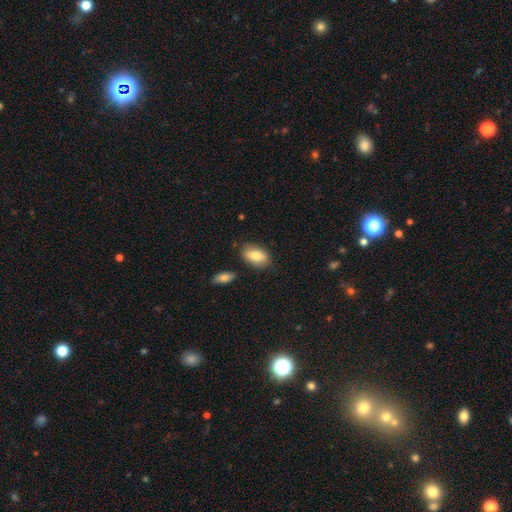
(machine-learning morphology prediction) The model was most divided on "smooth or featured": smooth: 79%, featured or disk: 14%, star or artifact: 7%. More confident: how rounded — in between (91%); merging — none (81%).